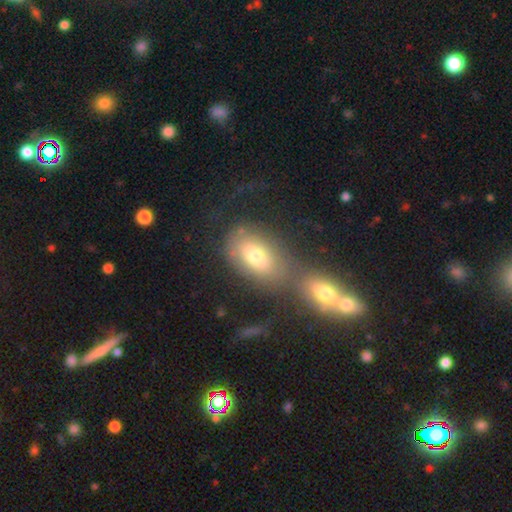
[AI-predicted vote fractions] This is likely a smooth galaxy (65%). How rounded: clearly in between (85%). Merging: marginally merger (43%).